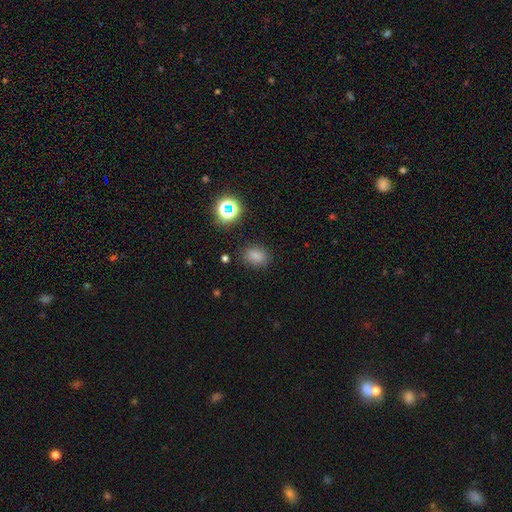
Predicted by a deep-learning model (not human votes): smooth_or_featured: smooth (p=0.77) [alt: star or artifact p=0.18]
how_rounded: in between (p=0.68) [alt: round p=0.30]
merging: none (p=0.82) [alt: minor disturbance p=0.12]